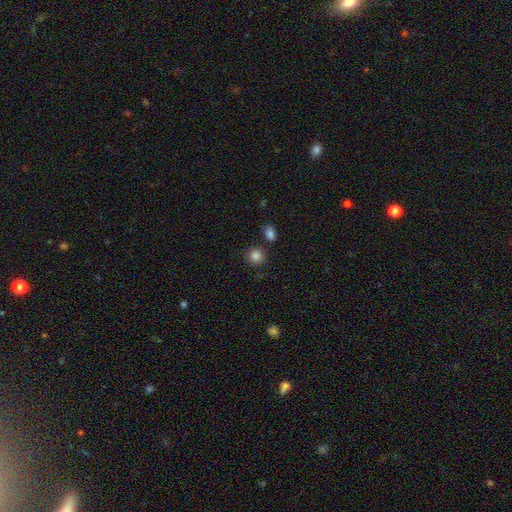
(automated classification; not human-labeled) smooth-or-featured: smooth: 85% | star or artifact: 11% | featured or disk: 4%
  how-rounded: round: 89% | in between: 10% | cigar-shaped: 1%
  merging: none: 82% | minor disturbance: 8% | merger: 7% | major disturbance: 3%